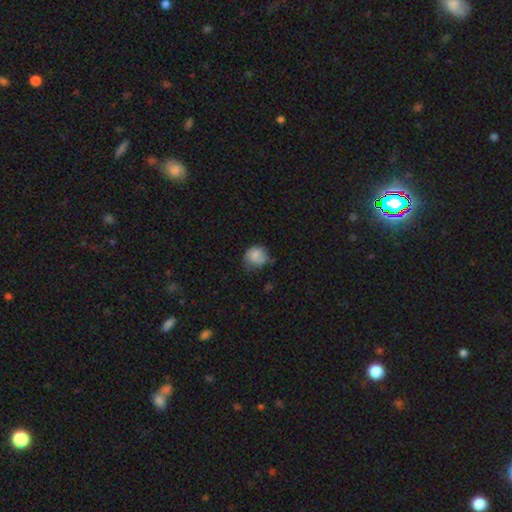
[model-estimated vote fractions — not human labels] Smooth or featured: smooth — 74% (featured or disk — 18%)
How rounded: round — 75% (in between — 24%)
Merging: none — 50% (minor disturbance — 36%)